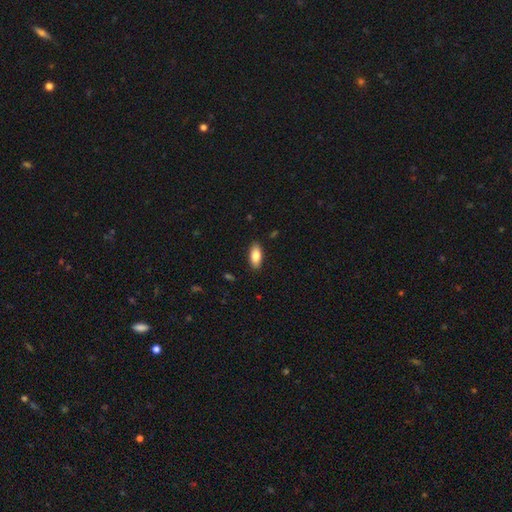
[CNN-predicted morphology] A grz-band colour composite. It shows a smooth galaxy with no disk features (85%) that is in between round and cigar-shaped (87%). Merging: none (87%).